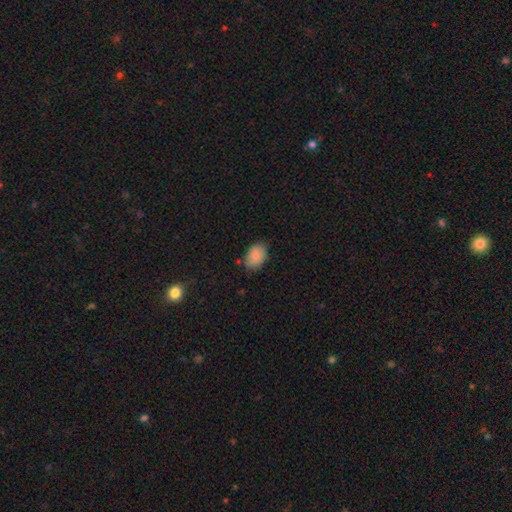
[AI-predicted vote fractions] Smooth or featured: smooth — 86% (star or artifact — 7%)
How rounded: in between — 85% (round — 14%)
Merging: none — 76% (minor disturbance — 19%)